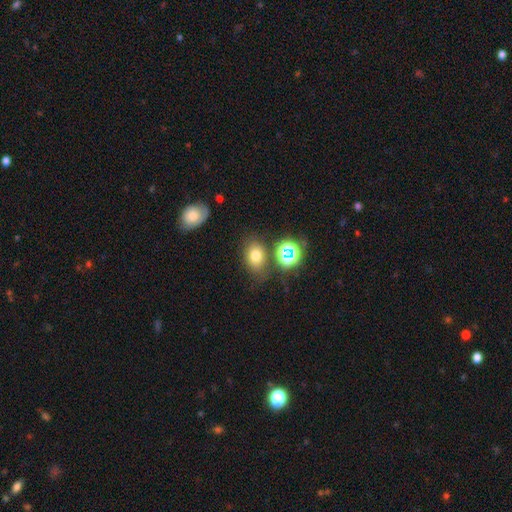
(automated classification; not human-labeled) This is likely a smooth galaxy (68%). How rounded: likely in between (69%). Merging: likely none (71%).